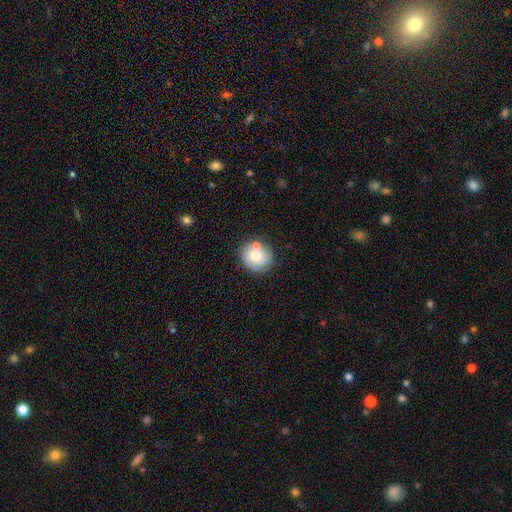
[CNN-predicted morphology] Smooth or featured?
  - smooth: 57% *
  - featured or disk: 35%
  - star or artifact: 8%
How rounded?
  - round: 83% *
  - in between: 16%
  - cigar-shaped: 1%
Merging?
  - none: 61% *
  - minor disturbance: 18%
  - merger: 15%
  - major disturbance: 6%